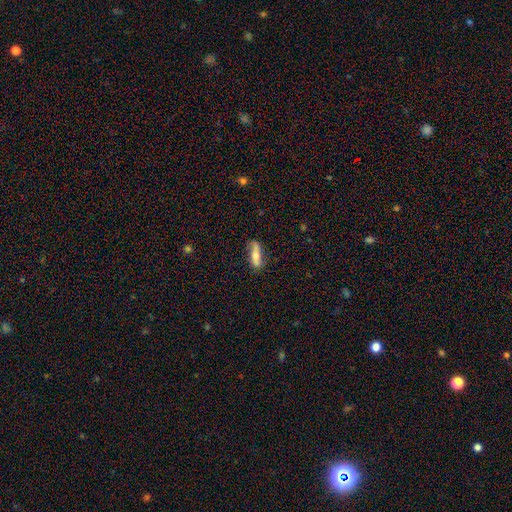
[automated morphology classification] smooth-or-featured: smooth: 47% | featured or disk: 46% | star or artifact: 7%
  merging: none: 70% | minor disturbance: 21% | major disturbance: 7% | merger: 2%